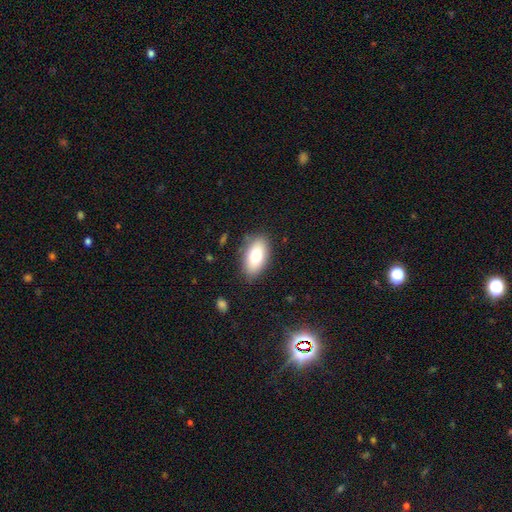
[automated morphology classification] type=smooth (76%); roundness=in between (92%); merging=none (84%).